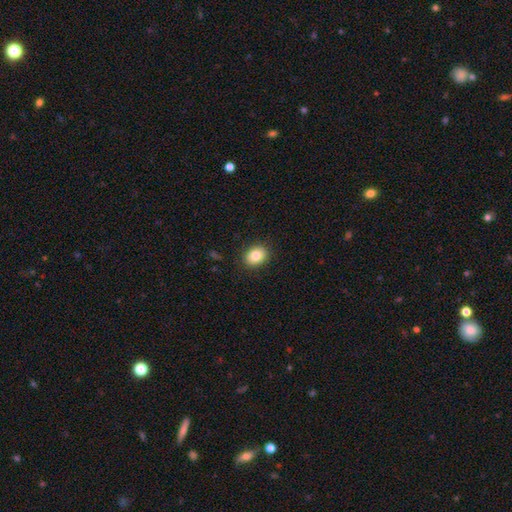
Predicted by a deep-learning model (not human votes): Morphology: type=smooth (84%); roundness=in between (57%); merging=none (89%).